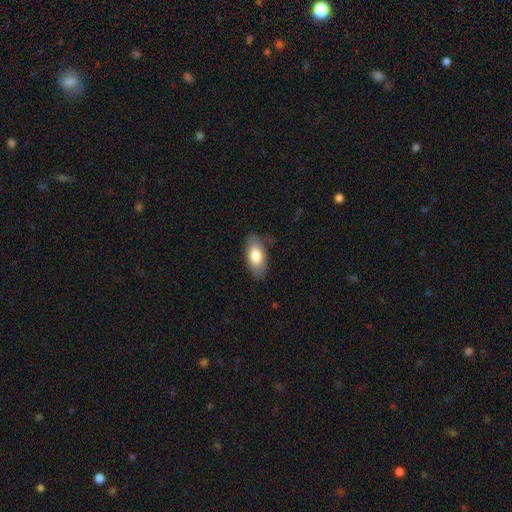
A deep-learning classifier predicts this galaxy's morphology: This appears to be a smooth galaxy with no disk features (77%) that is in between round and cigar-shaped (92%). Merging: none (81%).